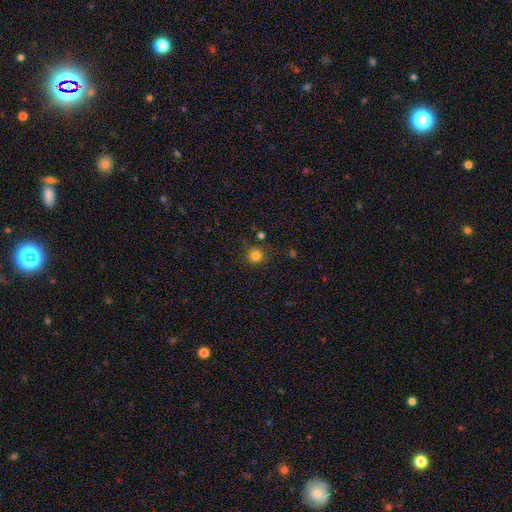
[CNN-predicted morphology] Smooth or featured? smooth (81%)
How rounded? round (93%)
Merging? none (82%)